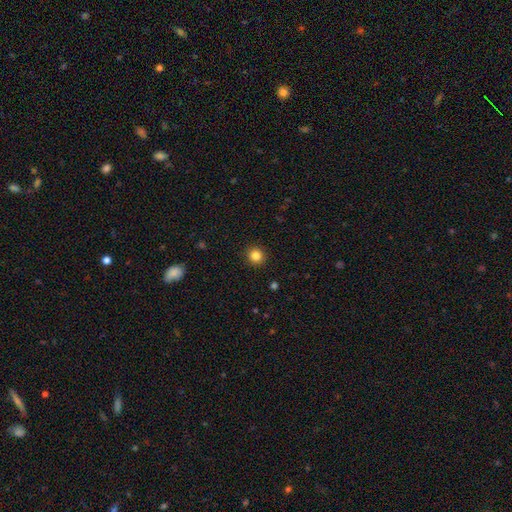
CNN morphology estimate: Smooth or featured: smooth — 84% (star or artifact — 12%)
How rounded: round — 93% (in between — 6%)
Merging: none — 92% (minor disturbance — 5%)